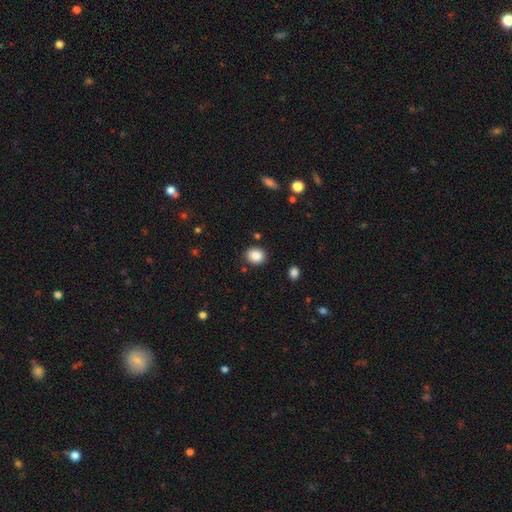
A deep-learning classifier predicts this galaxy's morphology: Smooth or featured? Predicted: smooth (p=0.87). How rounded? Predicted: round (p=0.66). Merging? Predicted: none (p=0.87).